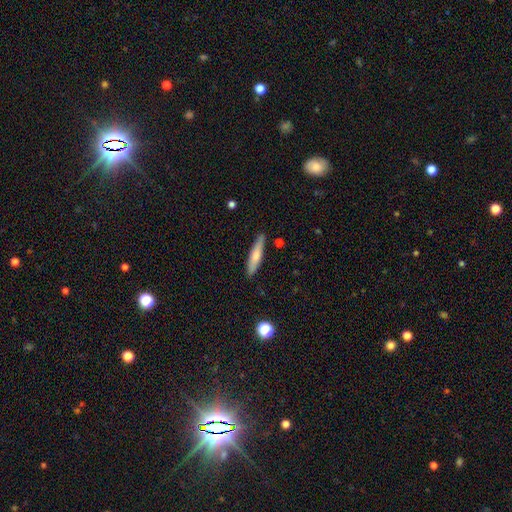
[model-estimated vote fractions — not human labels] Smooth or featured? smooth (65%)
How rounded? cigar-shaped (83%)
Merging? none (84%)